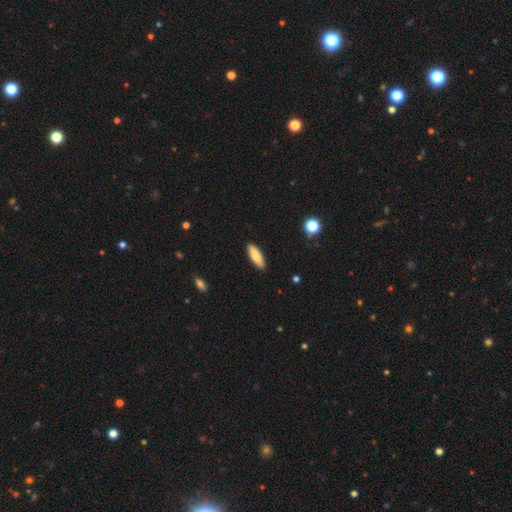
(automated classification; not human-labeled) Q: Smooth or featured?
A: smooth (81%); runner-up: featured or disk (13%)
Q: How rounded?
A: in between (56%); runner-up: cigar-shaped (42%)
Q: Merging?
A: none (90%); runner-up: minor disturbance (8%)